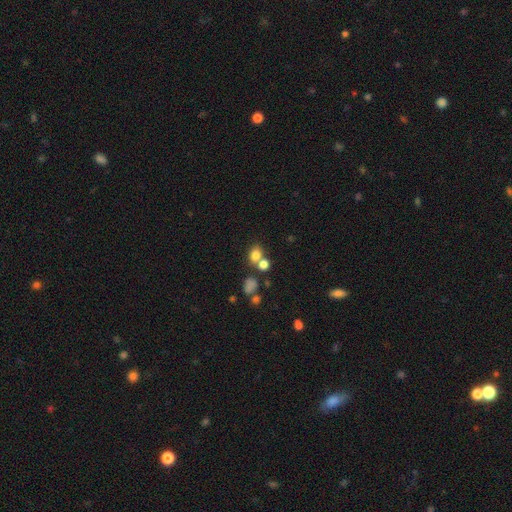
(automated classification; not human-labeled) Smooth or featured? Predicted: smooth (p=0.76). How rounded? Predicted: in between (p=0.52). Merging? Predicted: none (p=0.50).